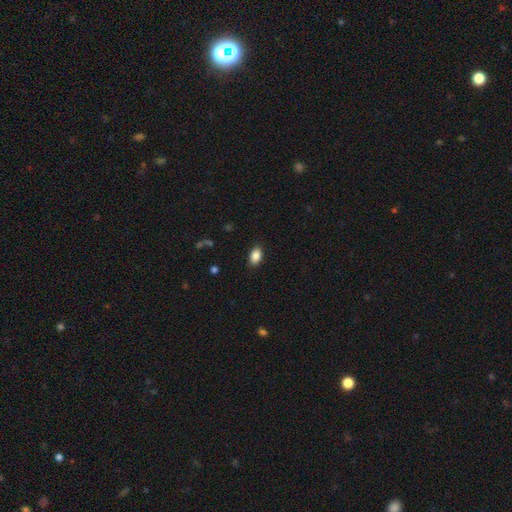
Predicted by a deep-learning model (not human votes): A smooth galaxy with no disk features (87%) that is in between round and cigar-shaped (89%). Merging: none (86%).